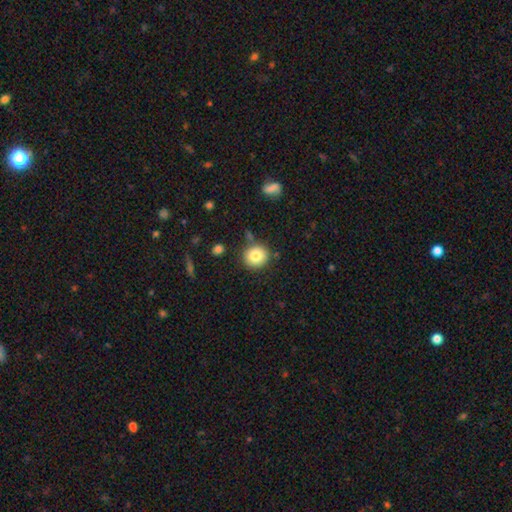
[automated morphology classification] Smooth or featured?
  - smooth: 82% *
  - star or artifact: 9%
  - featured or disk: 8%
How rounded?
  - round: 89% *
  - in between: 10%
  - cigar-shaped: 1%
Merging?
  - none: 83% *
  - minor disturbance: 9%
  - merger: 5%
  - major disturbance: 3%